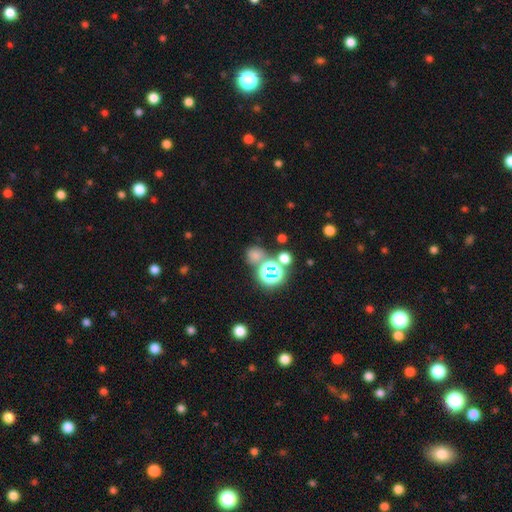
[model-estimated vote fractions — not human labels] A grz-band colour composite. It shows a smooth galaxy with no disk features (59%) that is round (82%). Merging: none (65%).